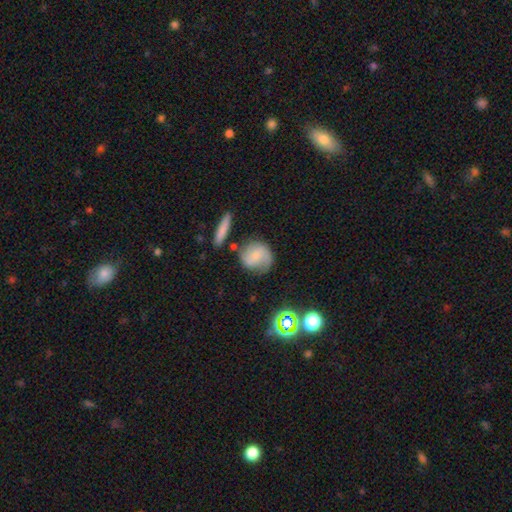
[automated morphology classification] Smooth or featured?
  - featured or disk: 46% *
  - smooth: 45%
  - star or artifact: 9%
Merging?
  - none: 67% *
  - minor disturbance: 19%
  - merger: 7%
  - major disturbance: 7%